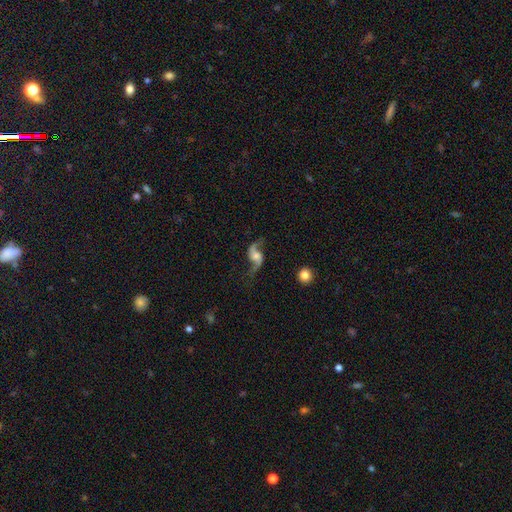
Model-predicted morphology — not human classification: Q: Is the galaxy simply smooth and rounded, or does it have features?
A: featured or disk — 88%.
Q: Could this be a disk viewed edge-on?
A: no — 96%.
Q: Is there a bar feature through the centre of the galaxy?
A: no — 55%.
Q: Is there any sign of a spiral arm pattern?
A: yes — 97%.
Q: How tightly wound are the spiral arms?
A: loose — 89%.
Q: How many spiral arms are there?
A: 2 — 94%.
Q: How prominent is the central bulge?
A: moderate — 45%.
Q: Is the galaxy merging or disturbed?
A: none — 75%.